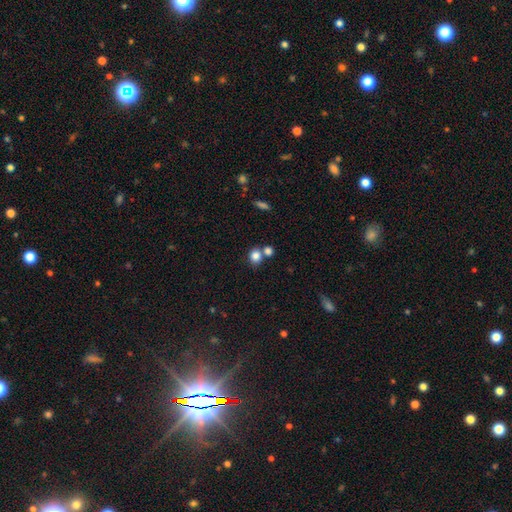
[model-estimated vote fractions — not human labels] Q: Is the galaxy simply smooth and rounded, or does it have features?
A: smooth — 82%.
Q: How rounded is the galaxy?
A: round — 69%.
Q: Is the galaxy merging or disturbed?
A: none — 56%.